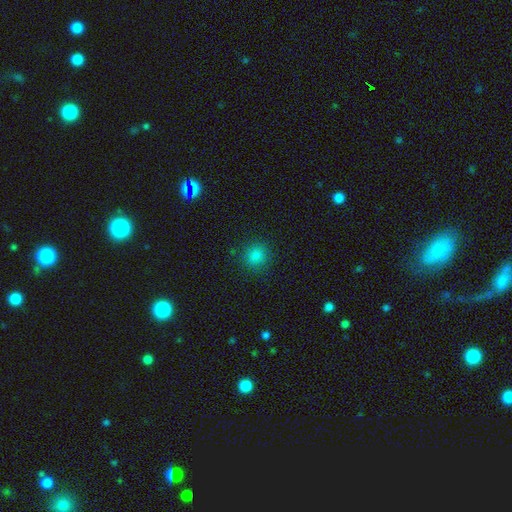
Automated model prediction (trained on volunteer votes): Smooth or featured?
  - smooth: 81% *
  - star or artifact: 15%
  - featured or disk: 4%
How rounded?
  - round: 89% *
  - in between: 10%
  - cigar-shaped: 1%
Merging?
  - none: 89% *
  - minor disturbance: 7%
  - major disturbance: 3%
  - merger: 1%